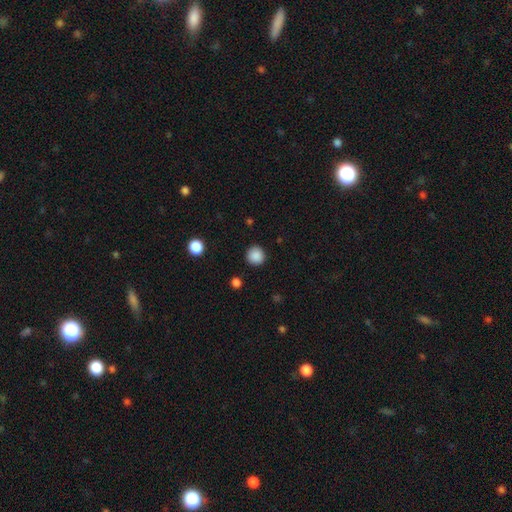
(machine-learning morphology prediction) Smooth or featured? Predicted: smooth (p=0.88). How rounded? Predicted: round (p=0.93). Merging? Predicted: none (p=0.91).